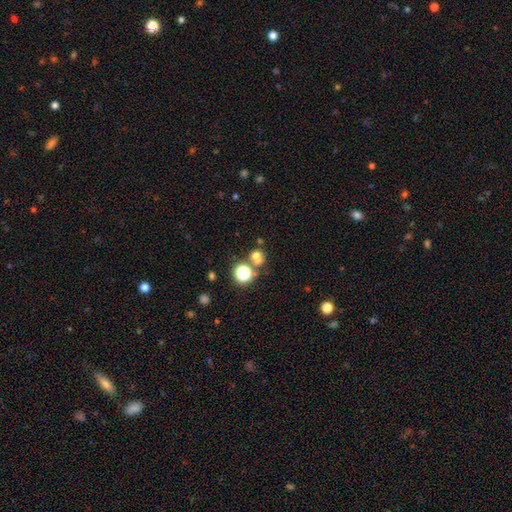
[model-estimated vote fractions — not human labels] Overall: smooth (63%; star or artifact 25%). How rounded: round (83%). Merging: none (52%; merger 37%).